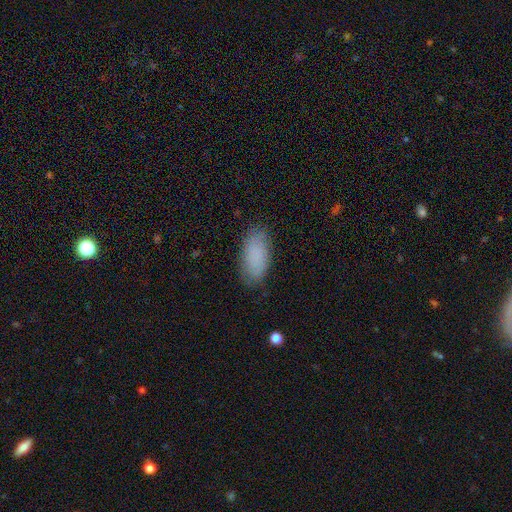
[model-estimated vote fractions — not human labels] Overall: smooth (85%). How rounded: in between (92%). Merging: none (82%).